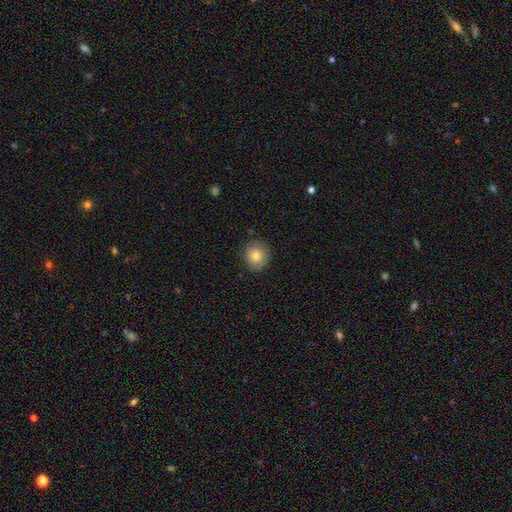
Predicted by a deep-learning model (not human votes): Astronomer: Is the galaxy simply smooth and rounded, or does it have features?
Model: smooth — 80%.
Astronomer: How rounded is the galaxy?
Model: round — 88%.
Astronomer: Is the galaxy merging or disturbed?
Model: none — 85%.